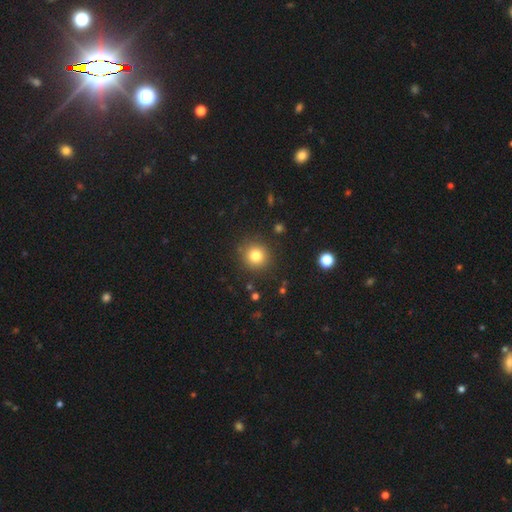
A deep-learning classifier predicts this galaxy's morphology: A smooth galaxy with no disk features (81%) that is round (93%).

Vote fractions:
- Smooth or featured? smooth: 81% / star or artifact: 12% / featured or disk: 7%
- How rounded? round: 93% / in between: 6% / cigar-shaped: 1%
- Merging? none: 88% / minor disturbance: 7% / major disturbance: 3% / merger: 2%